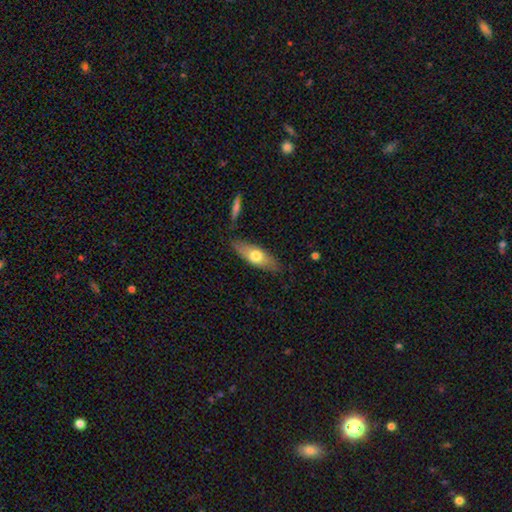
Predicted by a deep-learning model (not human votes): A smooth galaxy with no disk features (60%) that is in between round and cigar-shaped (56%). Merging: none (81%).